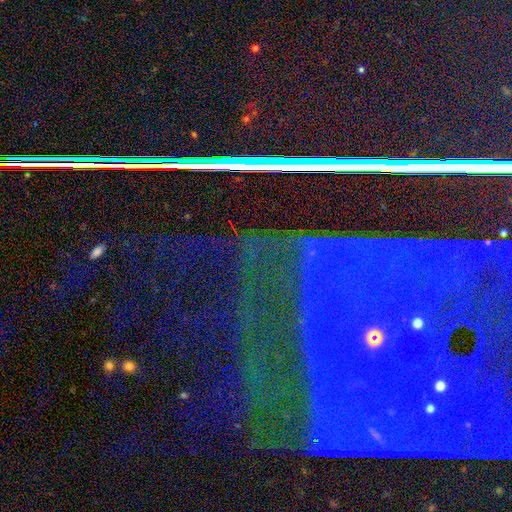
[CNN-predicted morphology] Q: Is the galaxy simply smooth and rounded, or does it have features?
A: star or artifact — 82%.